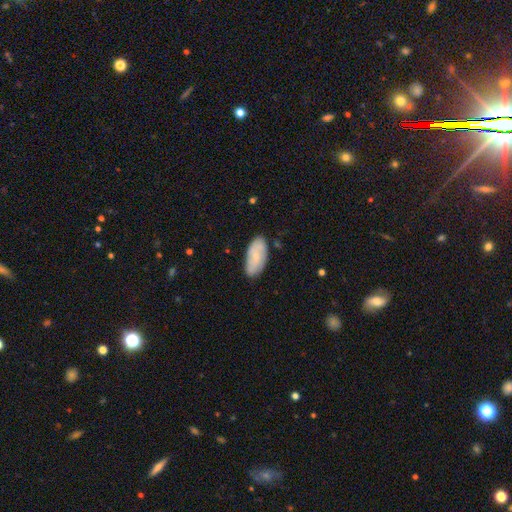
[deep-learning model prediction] Smooth or featured: smooth — 62% (featured or disk — 32%)
How rounded: in between — 91% (cigar-shaped — 6%)
Merging: none — 80% (minor disturbance — 16%)